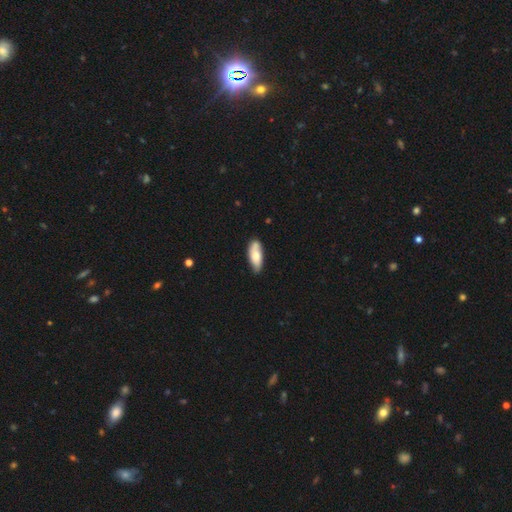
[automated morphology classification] This appears to be a smooth galaxy with no disk features (64%) that is in between round and cigar-shaped (75%). Merging: none (69%).